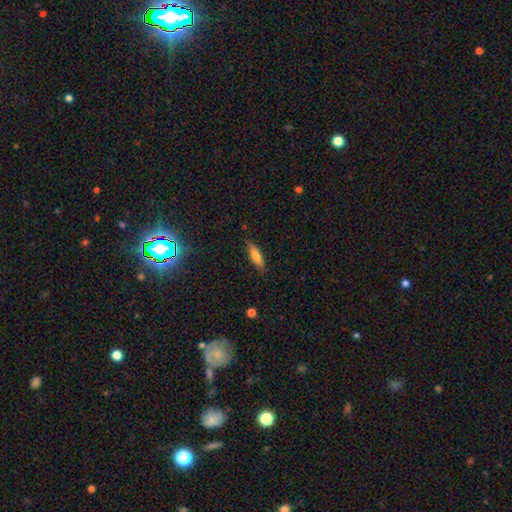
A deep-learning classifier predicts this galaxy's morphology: smooth-or-featured: smooth: 76% | featured or disk: 17% | star or artifact: 7%
  how-rounded: cigar-shaped: 55% | in between: 43% | round: 2%
  merging: none: 82% | minor disturbance: 14% | major disturbance: 3% | merger: 1%